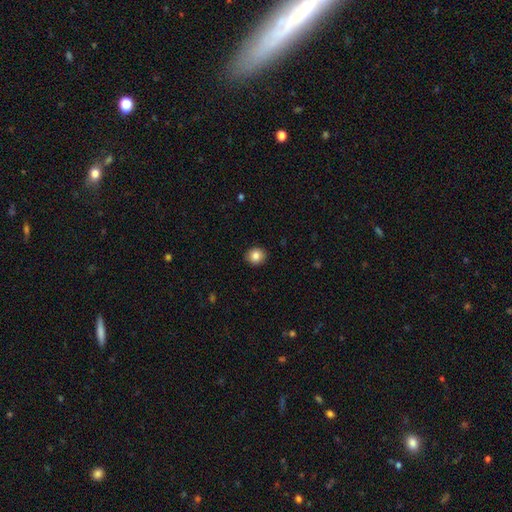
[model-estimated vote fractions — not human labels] Smooth or featured: smooth — 85% (star or artifact — 9%)
How rounded: round — 76% (in between — 23%)
Merging: none — 91% (minor disturbance — 6%)